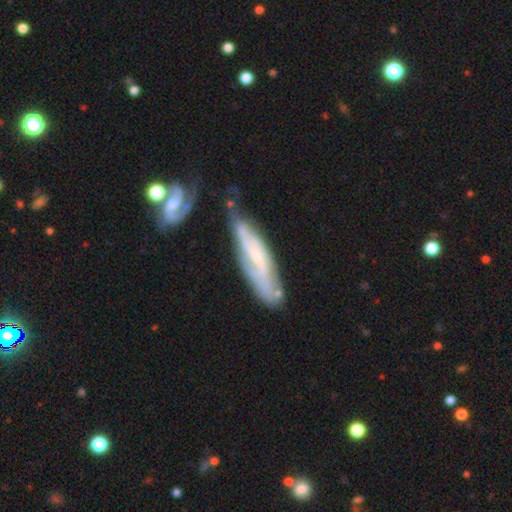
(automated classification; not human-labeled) smooth_or_featured: featured or disk (p=0.71) [alt: smooth p=0.23]
disk_edge_on: no (p=0.72) [alt: yes p=0.28]
bar: weak (p=0.40) [alt: no p=0.39]
has_spiral_arms: yes (p=0.87) [alt: no p=0.13]
bulge_size: small (p=0.59) [alt: moderate p=0.22]
merging: none (p=0.47) [alt: minor disturbance p=0.25]